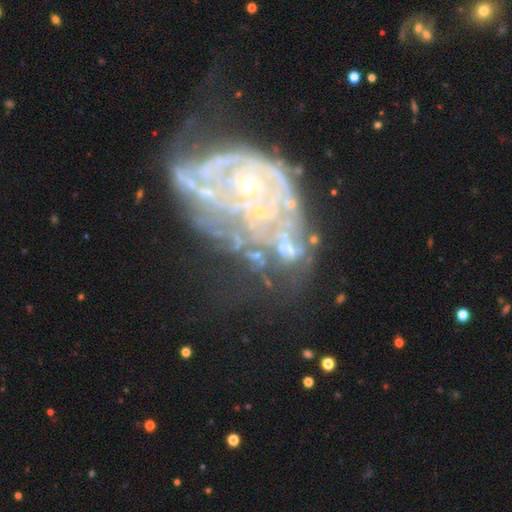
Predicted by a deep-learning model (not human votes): Smooth or featured? featured or disk (72%)
Edge-on disk? no (97%)
Bar? no (82%)
Spiral arms? yes (71%)
Bulge size? small (67%)
Merging? none (39%)